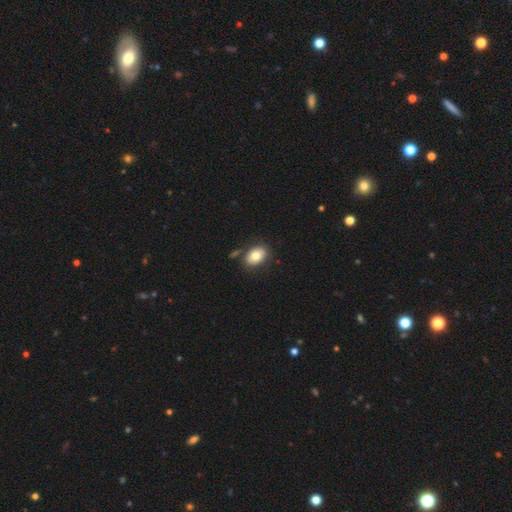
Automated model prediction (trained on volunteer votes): Smooth or featured? smooth (77%)
How rounded? in between (83%)
Merging? none (77%)